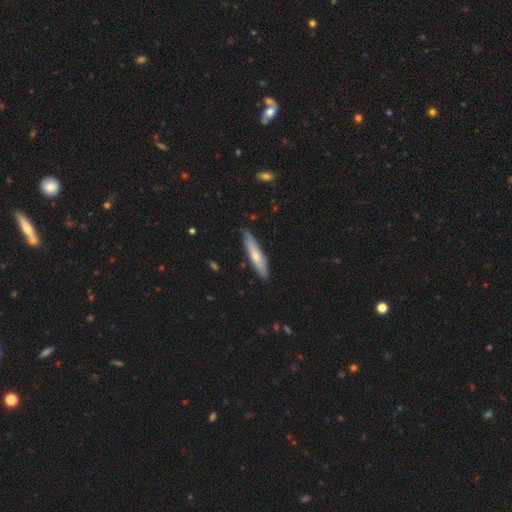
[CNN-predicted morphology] type=smooth (64%); roundness=cigar-shaped (87%); merging=none (84%).